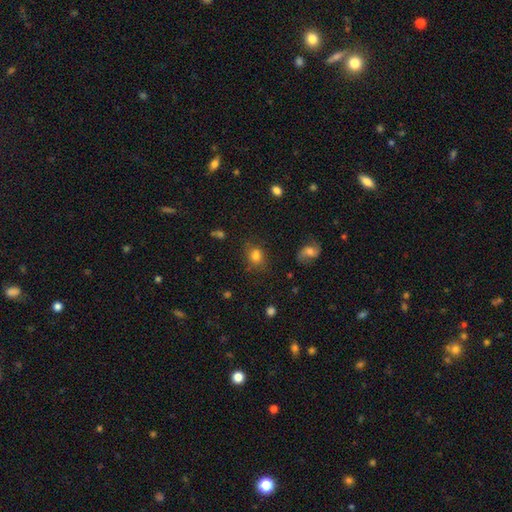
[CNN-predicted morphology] Smooth or featured?
  - smooth: 77% *
  - star or artifact: 13%
  - featured or disk: 10%
How rounded?
  - round: 56% *
  - in between: 43%
  - cigar-shaped: 1%
Merging?
  - none: 71% *
  - minor disturbance: 18%
  - major disturbance: 7%
  - merger: 4%